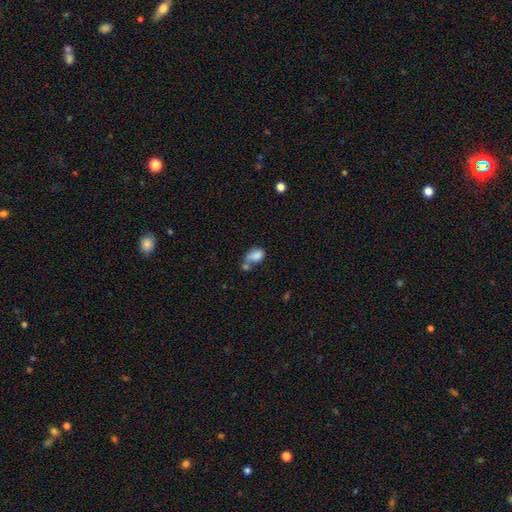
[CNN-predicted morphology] Smooth or featured?
  - smooth: 81% *
  - featured or disk: 10%
  - star or artifact: 9%
How rounded?
  - in between: 80% *
  - round: 18%
  - cigar-shaped: 2%
Merging?
  - merger: 47% *
  - none: 27%
  - minor disturbance: 16%
  - major disturbance: 10%